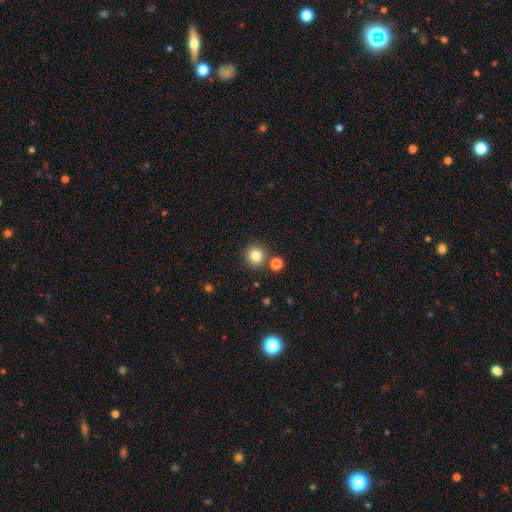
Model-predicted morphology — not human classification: Smooth or featured: smooth — 82% (star or artifact — 12%)
How rounded: round — 93% (in between — 6%)
Merging: none — 82% (merger — 9%)